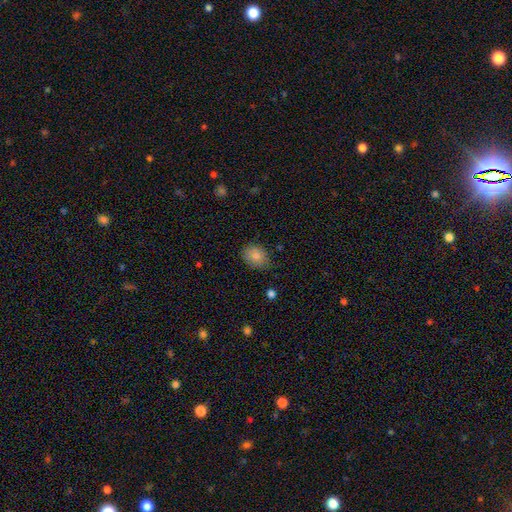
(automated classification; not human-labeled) This is clearly a smooth galaxy (85%). How rounded: possibly in between (57%). Merging: likely none (75%).